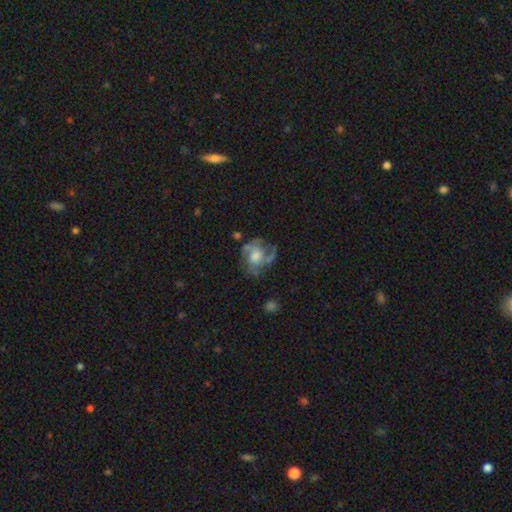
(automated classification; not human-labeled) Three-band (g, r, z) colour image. It shows a featured or disk galaxy (72%) with no bar (69%), 2 (32%) medium (48%) spiral arms (81%) and a moderate central bulge (47%). Merging: none (56%).